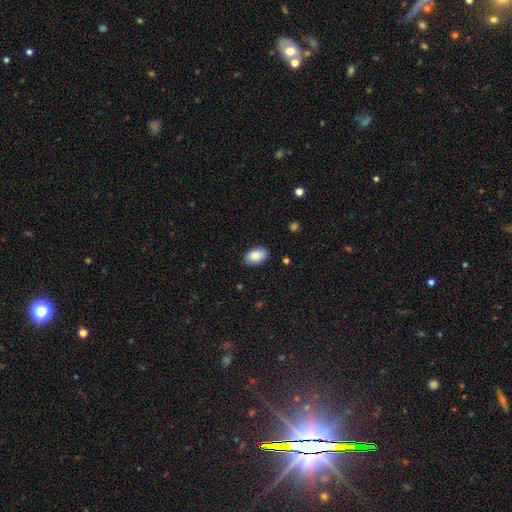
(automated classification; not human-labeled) Smooth or featured? smooth (89%)
How rounded? in between (93%)
Merging? none (87%)